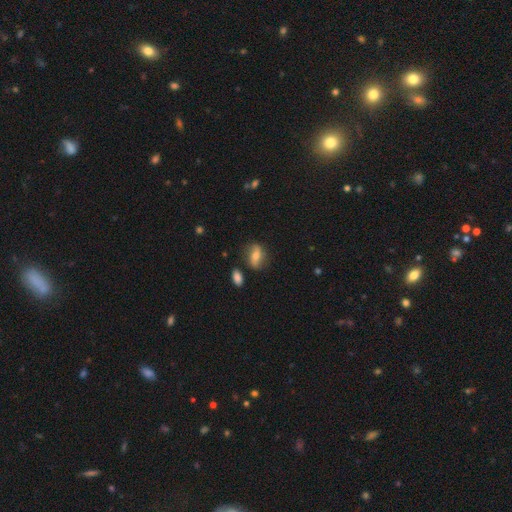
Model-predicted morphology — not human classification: type=smooth (48%); merging=none (74%).